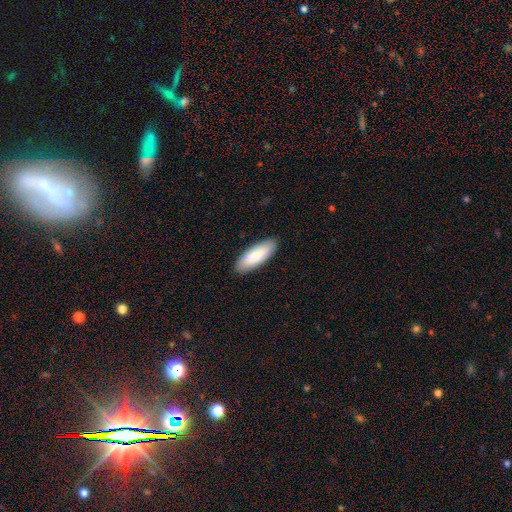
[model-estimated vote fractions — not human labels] Q: Smooth or featured?
A: smooth (86%); runner-up: featured or disk (9%)
Q: How rounded?
A: in between (70%); runner-up: cigar-shaped (29%)
Q: Merging?
A: none (89%); runner-up: minor disturbance (8%)